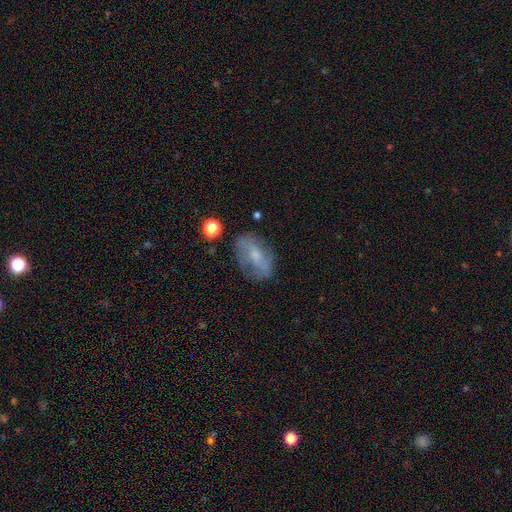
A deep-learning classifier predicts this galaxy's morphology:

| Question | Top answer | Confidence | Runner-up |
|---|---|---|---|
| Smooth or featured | featured or disk | 56% | smooth (34%) |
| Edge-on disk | no | 93% | yes (7%) |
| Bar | no | 44% | weak (39%) |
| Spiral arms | yes | 70% | no (30%) |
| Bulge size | small | 47% | moderate (36%) |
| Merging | none | 65% | minor disturbance (22%) |